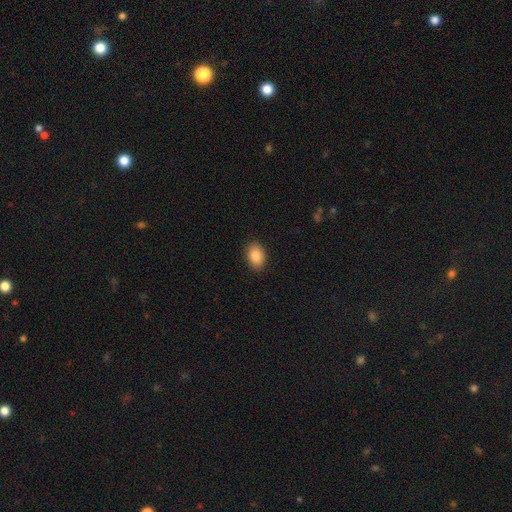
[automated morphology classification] This appears to be a smooth galaxy with no disk features (87%) that is in between round and cigar-shaped (83%). Merging: none (89%).